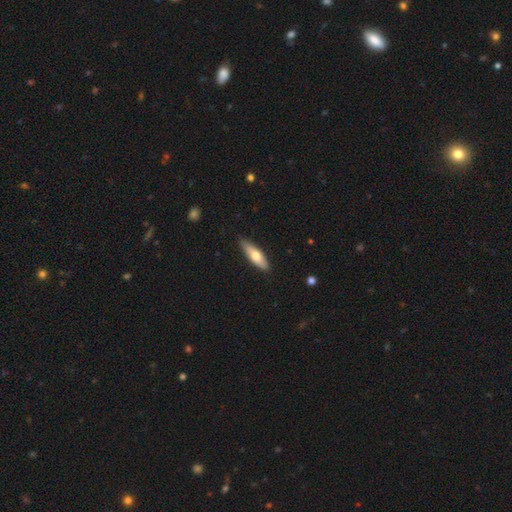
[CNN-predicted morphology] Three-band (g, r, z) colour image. It shows a smooth galaxy with no disk features (66%) that is cigar-shaped (57%). Merging: none (85%).